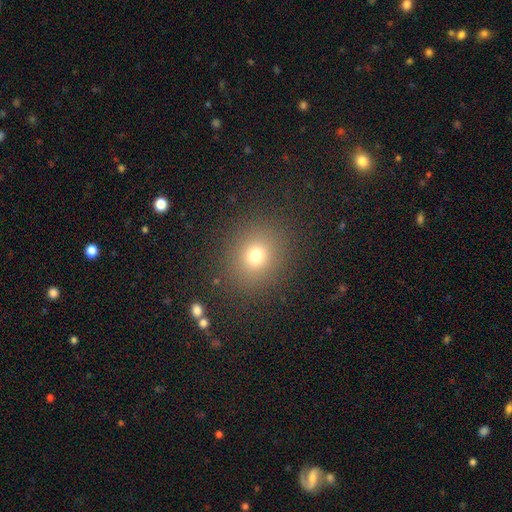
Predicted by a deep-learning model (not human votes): Smooth or featured: smooth — 73% (star or artifact — 17%)
How rounded: round — 76% (in between — 23%)
Merging: none — 87% (minor disturbance — 8%)